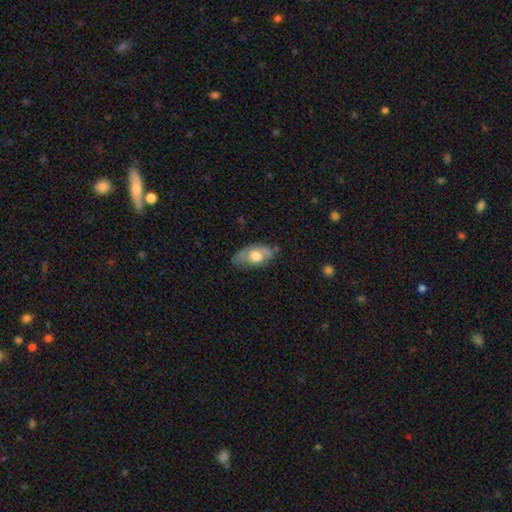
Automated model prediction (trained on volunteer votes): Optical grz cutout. It shows a smooth galaxy with no disk features (55%) that is in between round and cigar-shaped (89%). Merging: none (55%).